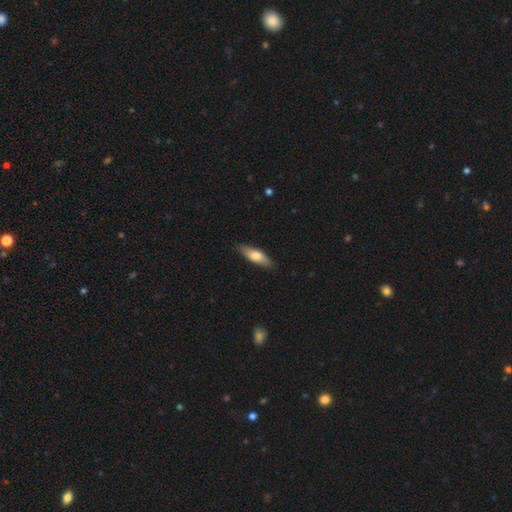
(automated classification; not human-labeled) The model was most divided on "how rounded": in between: 54%, cigar-shaped: 44%, round: 2%. More confident: merging — none (85%); smooth or featured — smooth (67%).